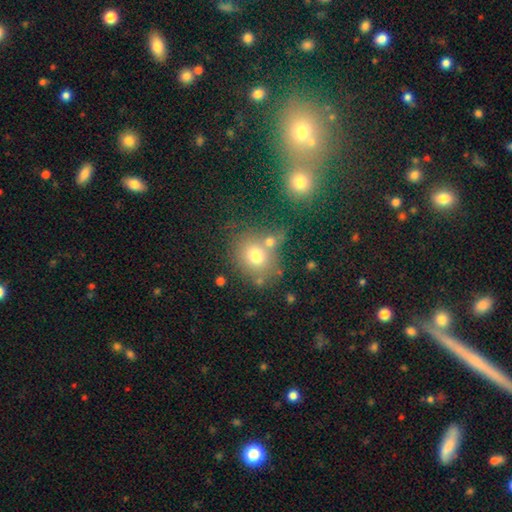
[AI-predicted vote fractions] A smooth galaxy with no disk features (70%) that is round (69%).

Vote fractions:
- Smooth or featured? smooth: 70% / featured or disk: 15% / star or artifact: 15%
- How rounded? round: 69% / in between: 30% / cigar-shaped: 1%
- Merging? none: 56% / merger: 27% / minor disturbance: 12% / major disturbance: 6%